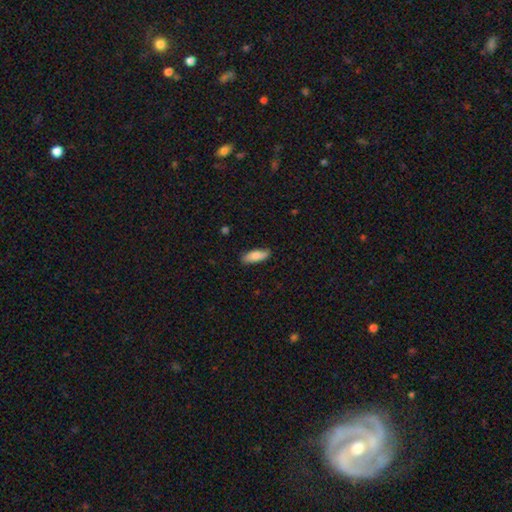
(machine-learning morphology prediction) Smooth or featured? smooth (81%)
How rounded? in between (68%)
Merging? none (84%)